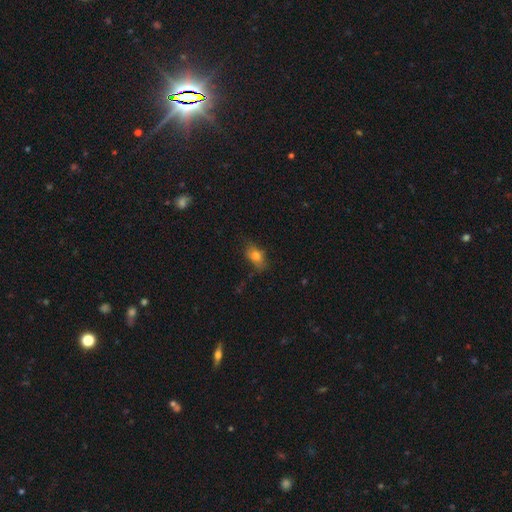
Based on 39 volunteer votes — Smooth or featured?
  - smooth: 74% *
  - featured or disk: 15%
  - star or artifact: 10%
How rounded?
  - in between: 86% *
  - round: 7%
  - cigar-shaped: 7%
Merging?
  - none: 49% *
  - minor disturbance: 43%
  - major disturbance: 9%
  - merger: 0%